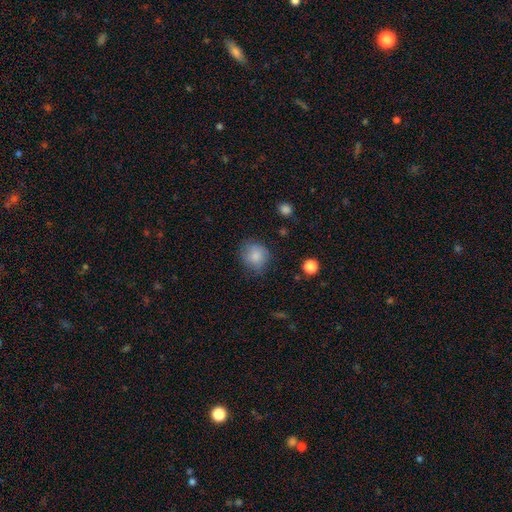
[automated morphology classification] Smooth or featured: smooth — 84% (star or artifact — 9%)
How rounded: round — 79% (in between — 20%)
Merging: none — 72% (minor disturbance — 21%)